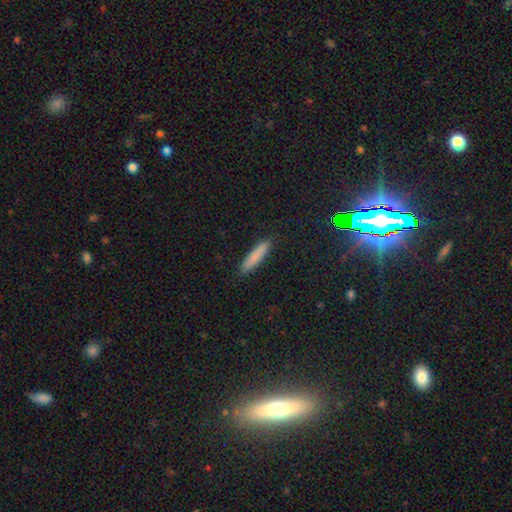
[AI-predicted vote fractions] A smooth galaxy with no disk features (82%) that is cigar-shaped (89%).

Vote fractions:
- Smooth or featured? smooth: 82% / featured or disk: 11% / star or artifact: 8%
- How rounded? cigar-shaped: 89% / in between: 10% / round: 1%
- Merging? none: 90% / minor disturbance: 7% / major disturbance: 2% / merger: 1%